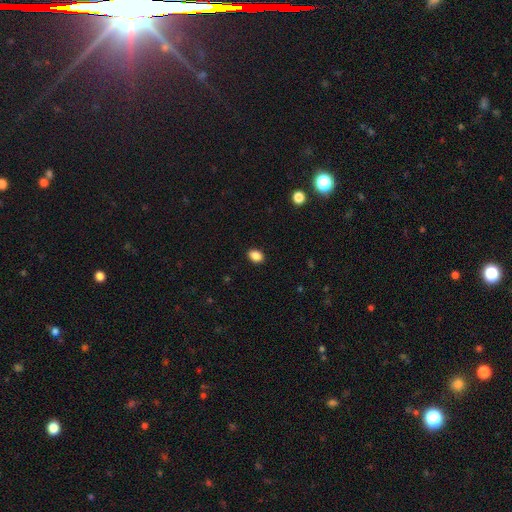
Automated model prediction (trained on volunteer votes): Smooth or featured?
  - smooth: 87% *
  - star or artifact: 10%
  - featured or disk: 3%
How rounded?
  - in between: 71% *
  - round: 27%
  - cigar-shaped: 1%
Merging?
  - none: 90% *
  - minor disturbance: 7%
  - major disturbance: 2%
  - merger: 1%